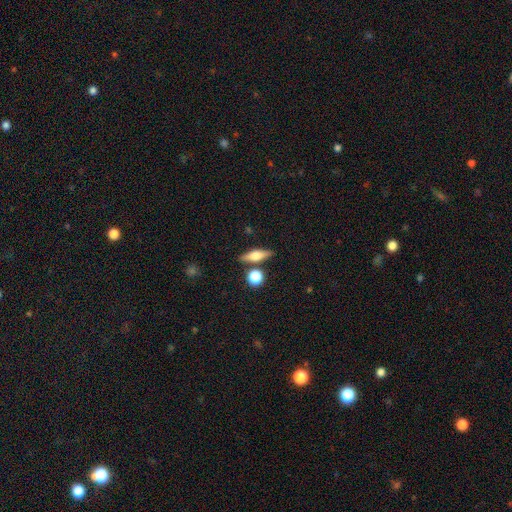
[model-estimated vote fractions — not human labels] Smooth or featured?
  - smooth: 49% *
  - featured or disk: 43%
  - star or artifact: 8%
Merging?
  - none: 79% *
  - minor disturbance: 9%
  - merger: 9%
  - major disturbance: 3%